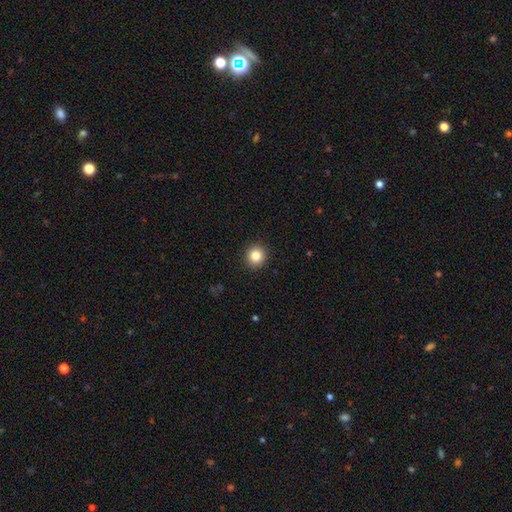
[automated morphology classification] type=smooth (84%); roundness=round (89%); merging=none (92%).